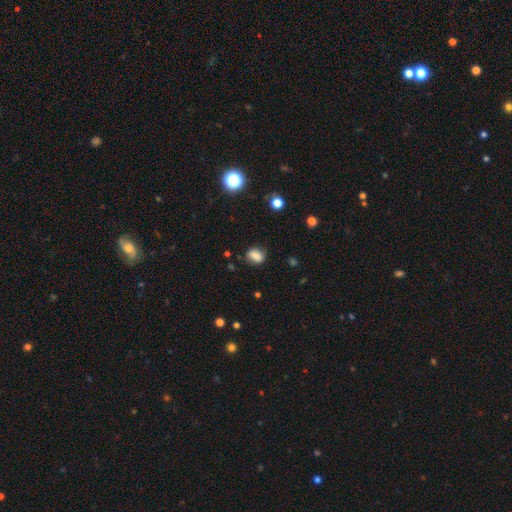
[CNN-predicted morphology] This is likely a smooth galaxy (80%). How rounded: possibly in between (59%). Merging: likely none (78%).